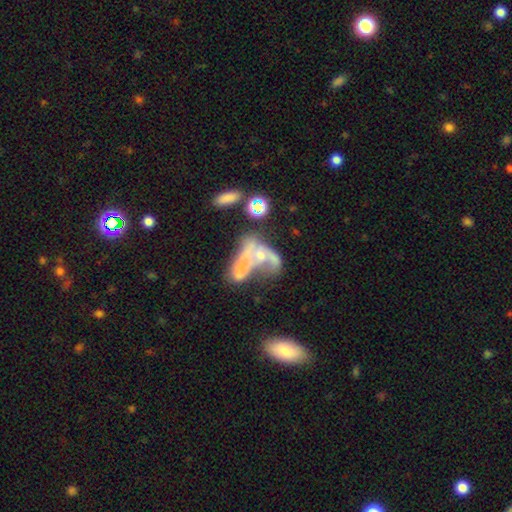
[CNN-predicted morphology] This appears to be a featured or disk galaxy (52%). Merging: merger (55%).